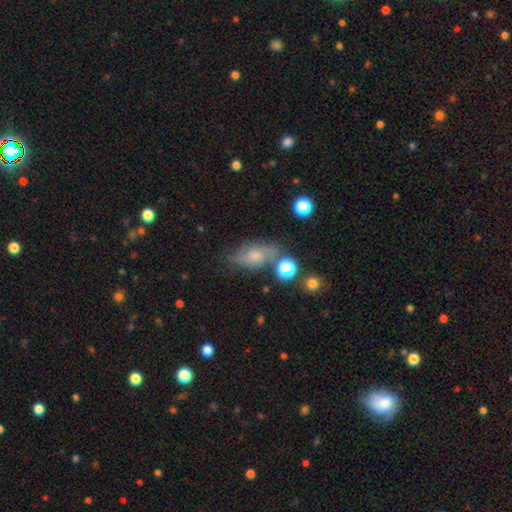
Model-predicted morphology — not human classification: A smooth galaxy with no disk features (57%) that is in between round and cigar-shaped (81%). Merging: none (59%).